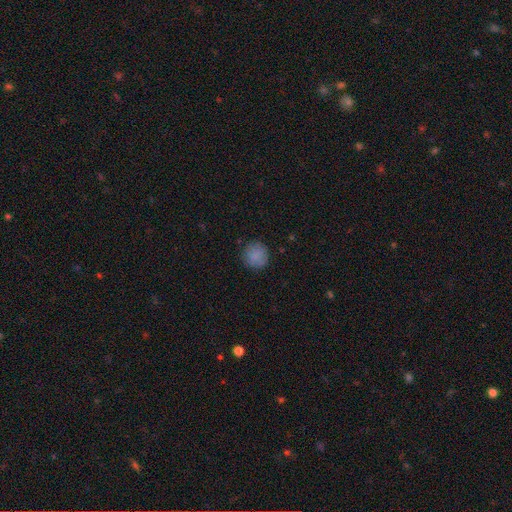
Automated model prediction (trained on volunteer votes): Smooth or featured: smooth — 85% (star or artifact — 9%)
How rounded: round — 93% (in between — 6%)
Merging: none — 85% (minor disturbance — 11%)